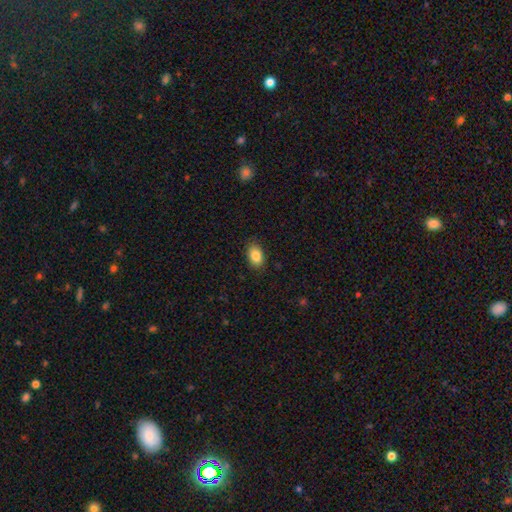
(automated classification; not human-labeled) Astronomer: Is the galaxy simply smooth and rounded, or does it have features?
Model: smooth — 86%.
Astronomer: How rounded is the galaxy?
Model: in between — 87%.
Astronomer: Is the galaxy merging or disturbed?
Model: none — 86%.